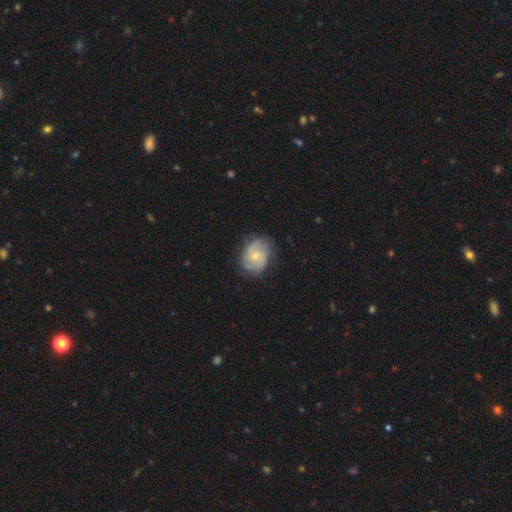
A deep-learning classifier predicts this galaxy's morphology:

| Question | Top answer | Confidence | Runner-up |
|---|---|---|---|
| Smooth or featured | featured or disk | 66% | smooth (28%) |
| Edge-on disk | no | 98% | yes (2%) |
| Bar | no | 64% | weak (32%) |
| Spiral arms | yes | 91% | no (9%) |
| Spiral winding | medium | 44% | tight (40%) |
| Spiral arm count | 2 | 56% | can't tell (20%) |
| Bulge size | small | 59% | moderate (34%) |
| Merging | none | 71% | minor disturbance (21%) |